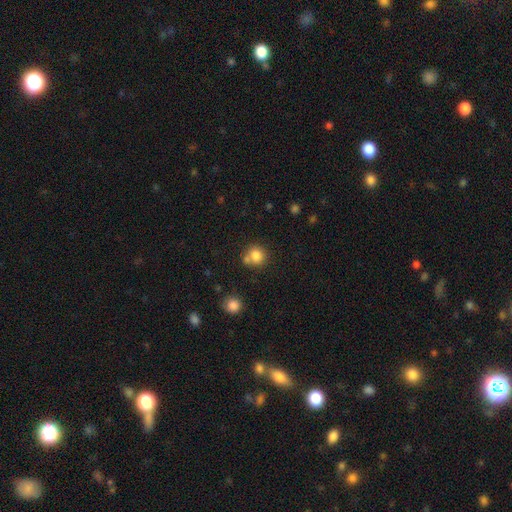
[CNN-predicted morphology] Overall: smooth (82%). How rounded: round (88%). Merging: none (64%).